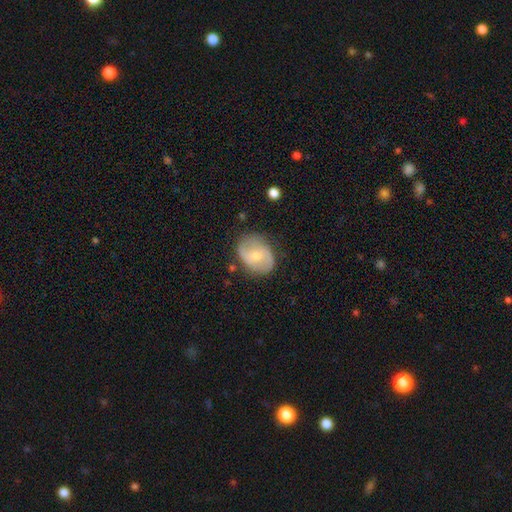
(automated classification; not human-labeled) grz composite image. It shows a featured or disk galaxy (63%) with a weak bar (44%), 2 (86%) medium (43%) spiral arms (84%) and a small central bulge (53%). Merging: none (75%).